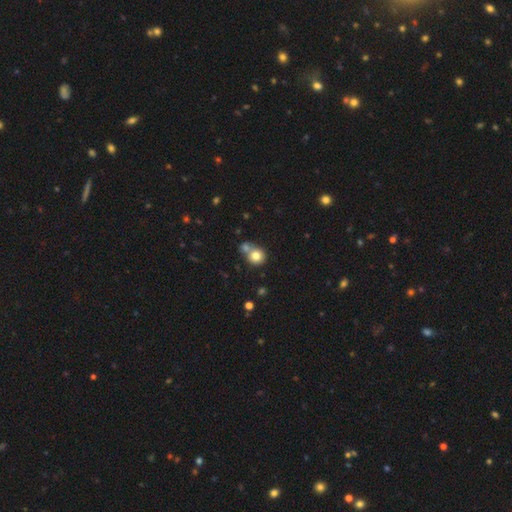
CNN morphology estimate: Smooth or featured? Predicted: smooth (p=0.79). How rounded? Predicted: round (p=0.86). Merging? Predicted: none (p=0.52).